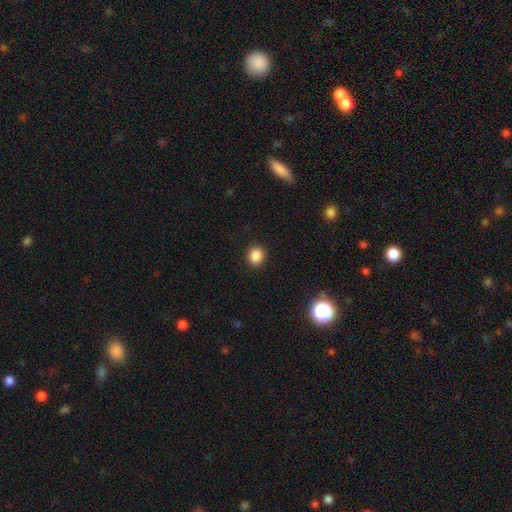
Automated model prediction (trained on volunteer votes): smooth_or_featured: smooth (p=0.87) [alt: star or artifact p=0.10]
how_rounded: round (p=0.77) [alt: in between p=0.22]
merging: none (p=0.91) [alt: minor disturbance p=0.06]